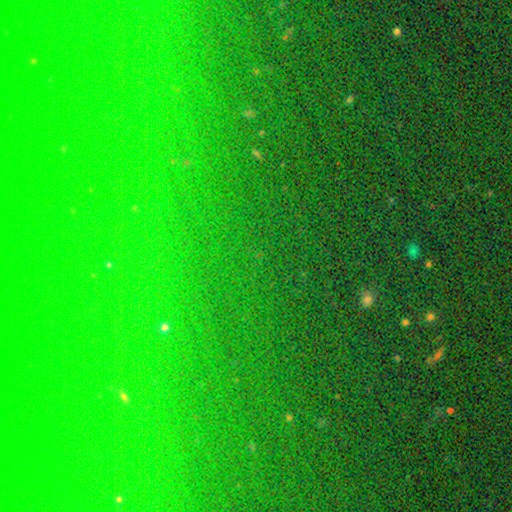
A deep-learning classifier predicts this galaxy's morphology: Smooth or featured?
  - star or artifact: 79% *
  - smooth: 12%
  - featured or disk: 9%